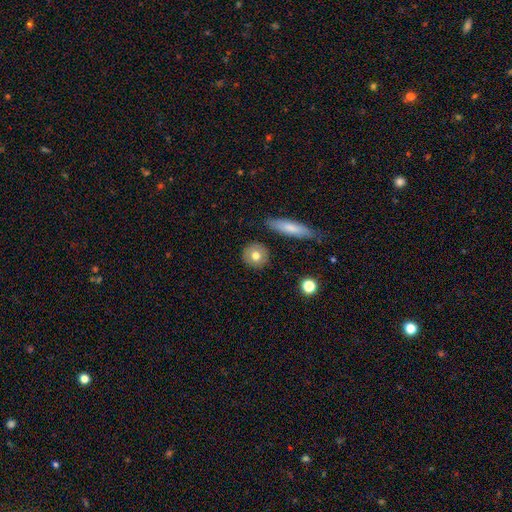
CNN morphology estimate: Smooth or featured? smooth (75%)
How rounded? round (88%)
Merging? none (87%)